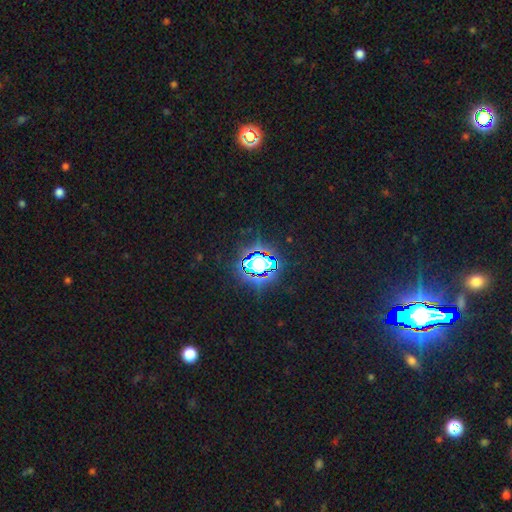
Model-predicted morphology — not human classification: A star or artifact, not a galaxy (84%).

Vote fractions:
- Smooth or featured? star or artifact: 84% / smooth: 9% / featured or disk: 7%